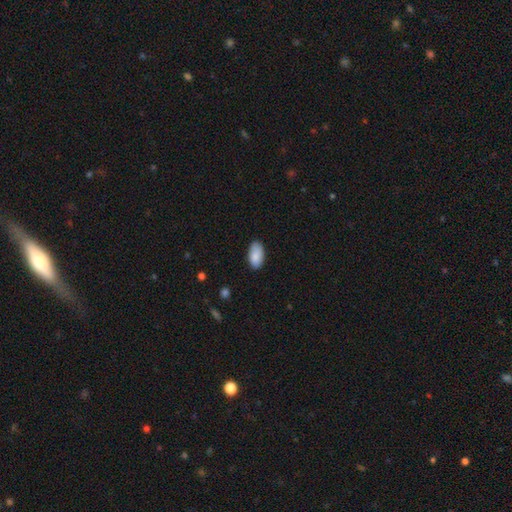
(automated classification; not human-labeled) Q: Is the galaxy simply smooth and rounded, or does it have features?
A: smooth — 88%.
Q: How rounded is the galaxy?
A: in between — 95%.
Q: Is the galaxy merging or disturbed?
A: none — 85%.